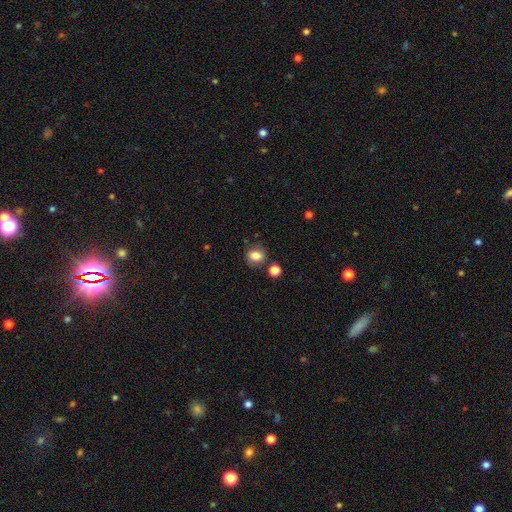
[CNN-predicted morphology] smooth 82%, star or artifact 10%, featured or disk 7%. Down the decision tree: how rounded — round (66%); merging — none (78%).